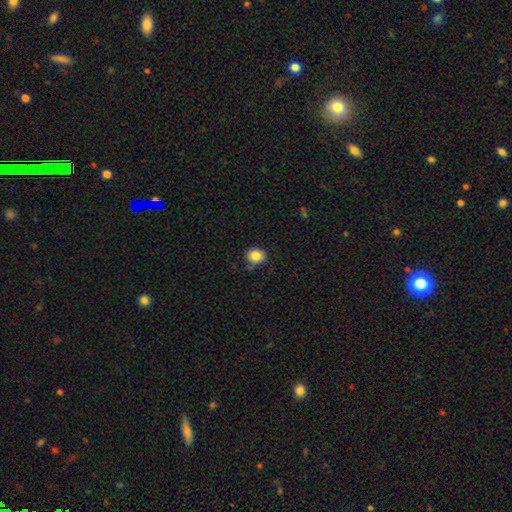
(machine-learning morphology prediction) Smooth or featured? smooth (84%)
How rounded? round (69%)
Merging? none (73%)